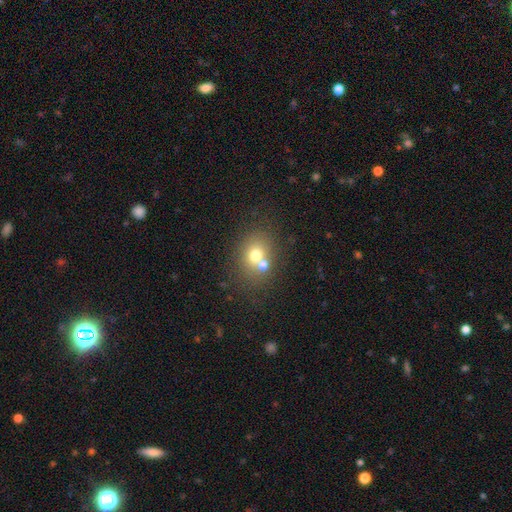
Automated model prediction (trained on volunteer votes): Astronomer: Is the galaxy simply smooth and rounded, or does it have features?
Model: smooth — 67%.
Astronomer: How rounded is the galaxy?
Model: round — 62% (runner-up: in between, 37%).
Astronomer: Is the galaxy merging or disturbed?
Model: none — 48% (runner-up: merger, 39%).